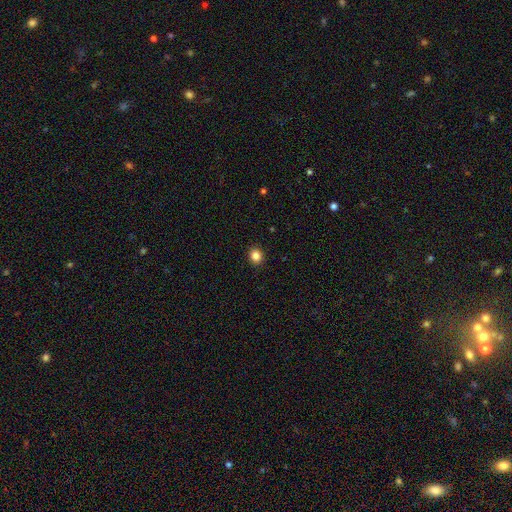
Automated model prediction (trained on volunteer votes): smooth-or-featured: smooth: 85% | star or artifact: 11% | featured or disk: 4%
  how-rounded: round: 80% | in between: 19% | cigar-shaped: 1%
  merging: none: 92% | minor disturbance: 5% | major disturbance: 2% | merger: 1%